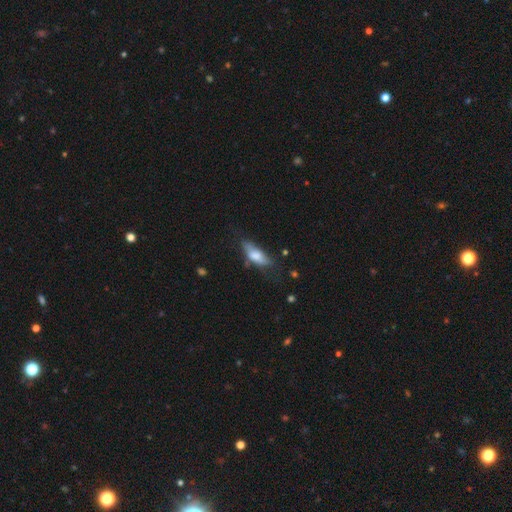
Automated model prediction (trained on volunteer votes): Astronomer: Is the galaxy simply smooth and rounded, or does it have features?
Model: smooth — 68%.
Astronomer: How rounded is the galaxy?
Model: in between — 71%.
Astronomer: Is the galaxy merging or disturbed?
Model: none — 43% (runner-up: minor disturbance, 33%).